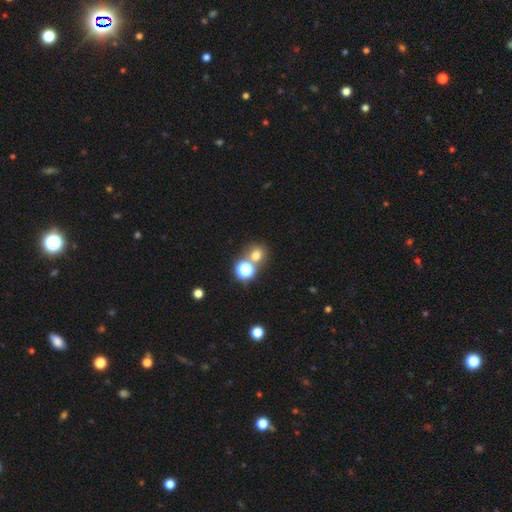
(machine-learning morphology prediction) Smooth or featured? Predicted: smooth (p=0.69). How rounded? Predicted: round (p=0.85). Merging? Predicted: none (p=0.64).